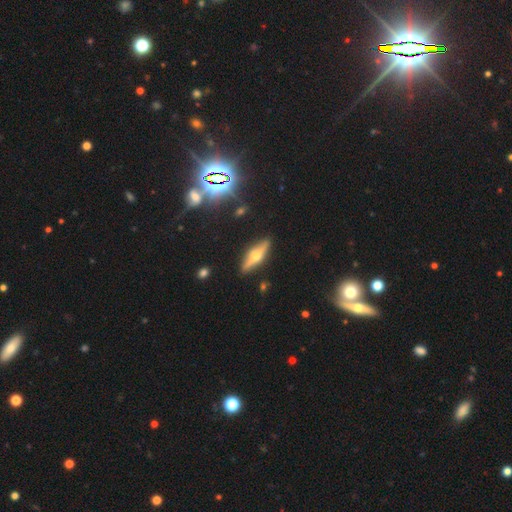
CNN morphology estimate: Smooth or featured? Predicted: featured or disk (p=0.64). Edge-on disk? Predicted: yes (p=0.93). Edge-on bulge? Predicted: rounded (p=0.93). Merging? Predicted: none (p=0.88).